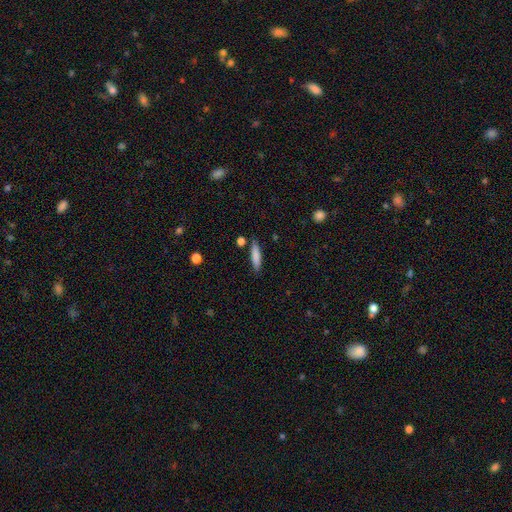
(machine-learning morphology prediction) type=smooth (81%); roundness=cigar-shaped (81%); merging=none (84%).